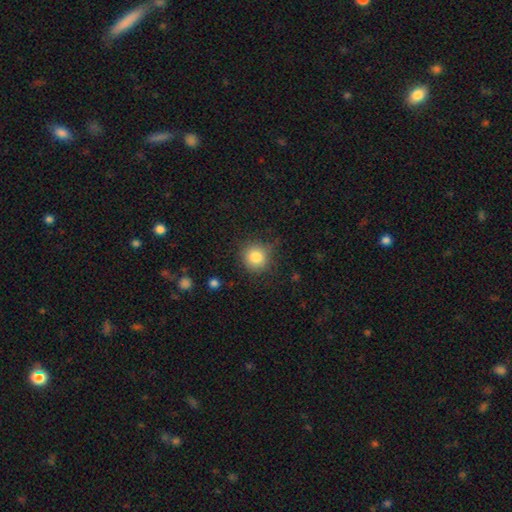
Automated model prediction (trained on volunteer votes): Smooth or featured?
  - smooth: 84% *
  - star or artifact: 10%
  - featured or disk: 7%
How rounded?
  - round: 91% *
  - in between: 8%
  - cigar-shaped: 1%
Merging?
  - none: 78% *
  - minor disturbance: 16%
  - major disturbance: 4%
  - merger: 2%